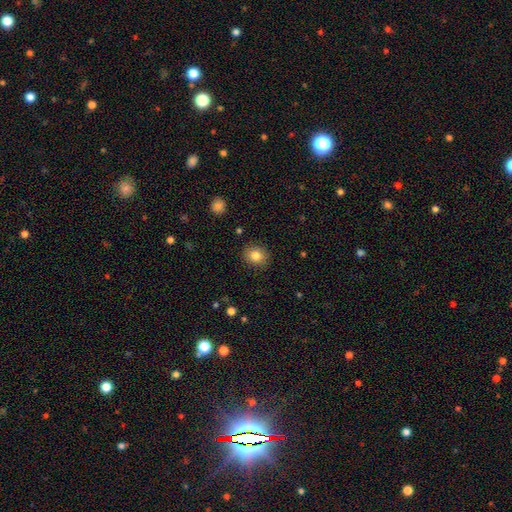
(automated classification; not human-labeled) This is clearly a smooth galaxy (83%). How rounded: likely round (72%). Merging: clearly none (89%).